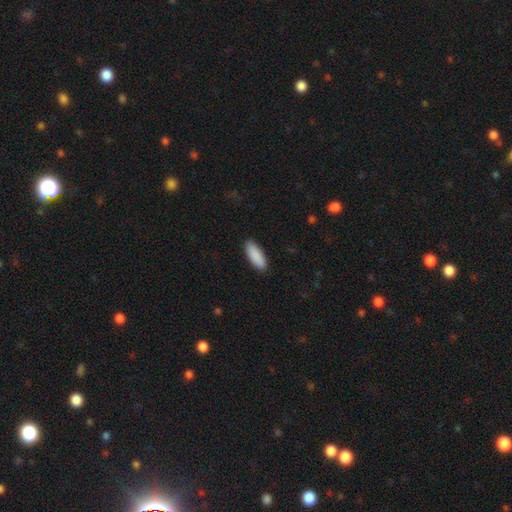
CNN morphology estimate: Smooth or featured? Predicted: smooth (p=0.91). How rounded? Predicted: in between (p=0.77). Merging? Predicted: none (p=0.89).